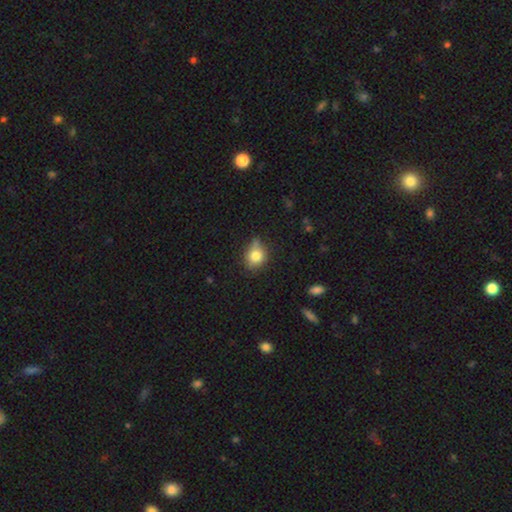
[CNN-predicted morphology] Q: Smooth or featured?
A: smooth (78%); runner-up: featured or disk (12%)
Q: How rounded?
A: round (60%); runner-up: in between (38%)
Q: Merging?
A: none (58%); runner-up: minor disturbance (29%)